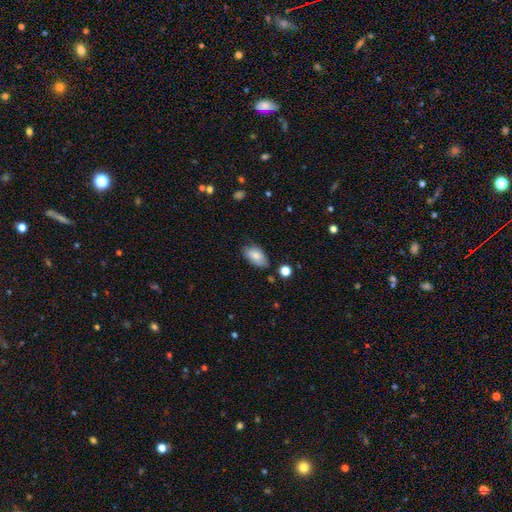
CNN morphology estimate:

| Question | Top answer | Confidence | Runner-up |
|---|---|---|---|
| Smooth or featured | smooth | 82% | featured or disk (11%) |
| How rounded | in between | 93% | round (4%) |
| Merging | none | 72% | minor disturbance (22%) |